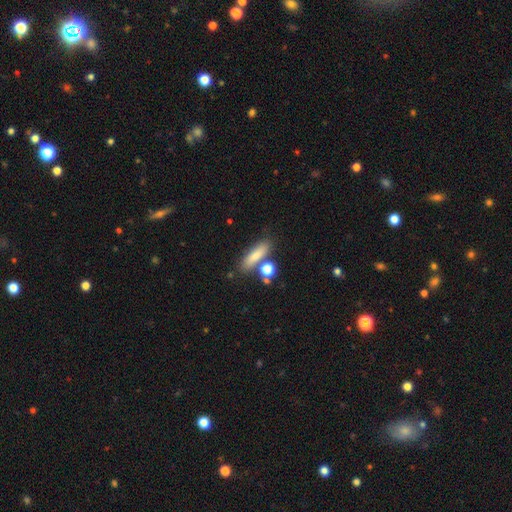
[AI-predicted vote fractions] Smooth or featured? smooth (77%)
How rounded? cigar-shaped (54%)
Merging? none (69%)